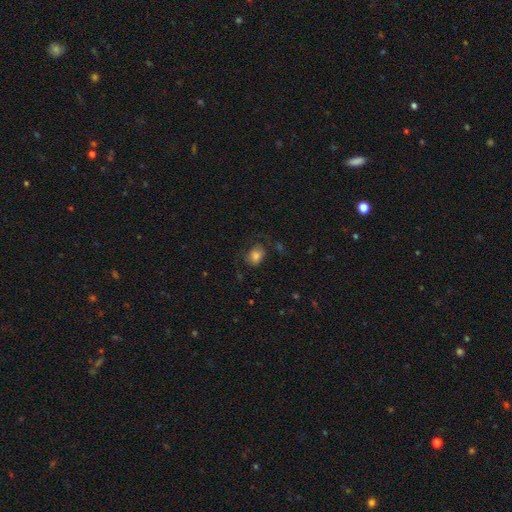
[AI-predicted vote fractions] Smooth or featured? smooth (79%)
How rounded? in between (57%)
Merging? none (64%)